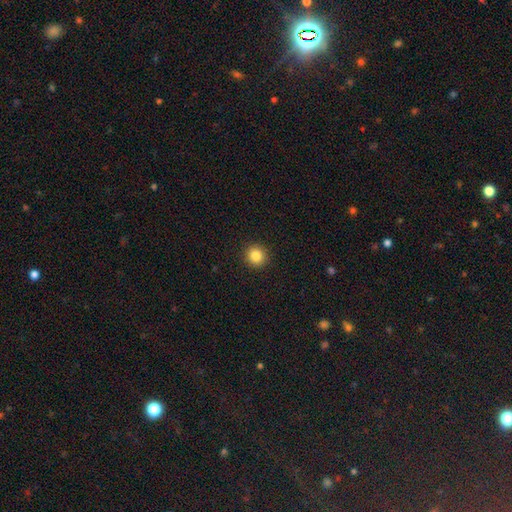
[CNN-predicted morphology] smooth_or_featured: smooth (p=0.84) [alt: star or artifact p=0.11]
how_rounded: round (p=0.93) [alt: in between p=0.06]
merging: none (p=0.93) [alt: minor disturbance p=0.05]